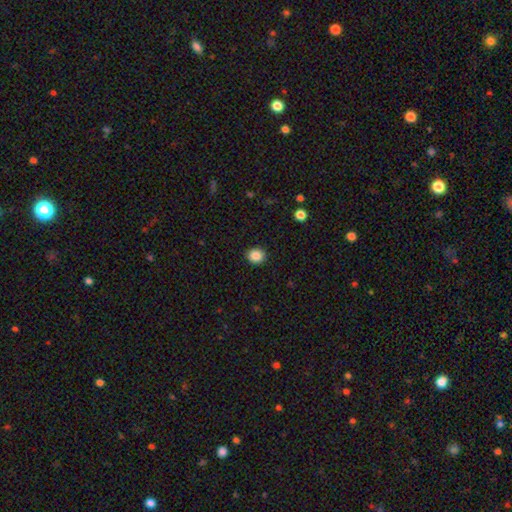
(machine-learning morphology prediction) Overall: smooth (87%). How rounded: round (82%). Merging: none (91%).